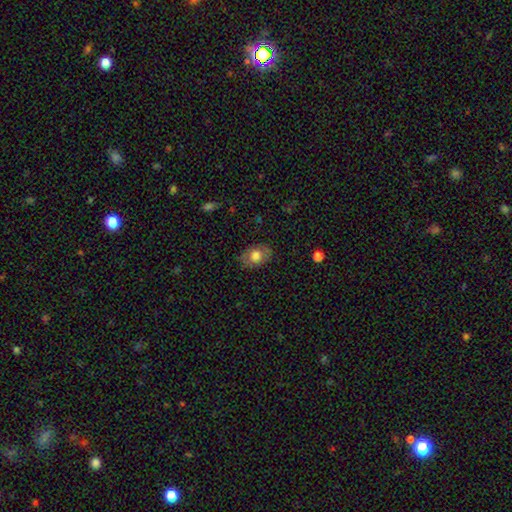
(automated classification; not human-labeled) Smooth or featured: smooth — 70% (featured or disk — 22%)
How rounded: in between — 78% (round — 21%)
Merging: none — 80% (minor disturbance — 15%)